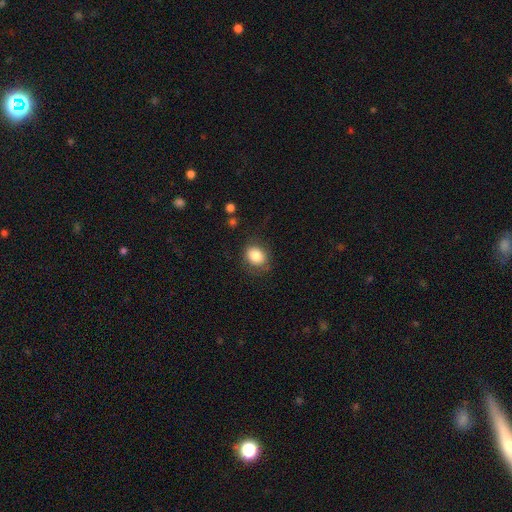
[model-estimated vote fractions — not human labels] smooth-or-featured: smooth: 84% | star or artifact: 9% | featured or disk: 8%
  how-rounded: in between: 52% | round: 47% | cigar-shaped: 1%
  merging: none: 77% | minor disturbance: 16% | major disturbance: 6% | merger: 2%